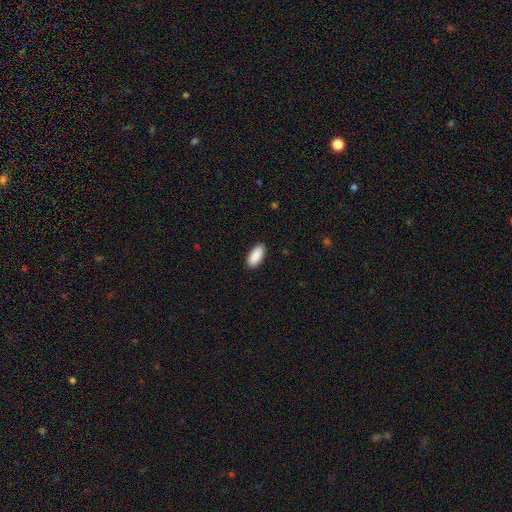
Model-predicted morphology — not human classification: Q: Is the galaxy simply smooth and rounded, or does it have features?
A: smooth — 91%.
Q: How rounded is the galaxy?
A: in between — 89%.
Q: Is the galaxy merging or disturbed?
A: none — 89%.